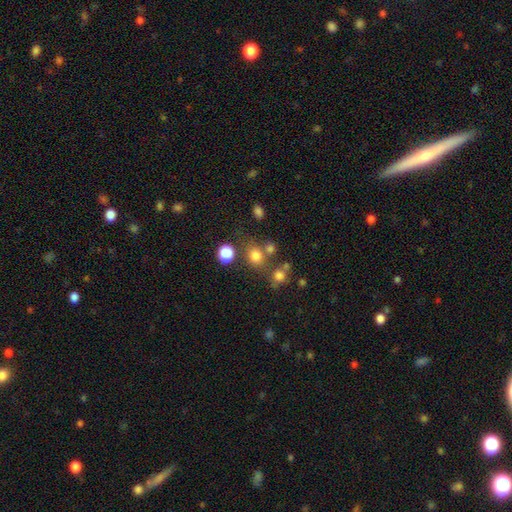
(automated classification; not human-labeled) smooth 75%, star or artifact 17%, featured or disk 8%. Down the decision tree: how rounded — round (75%); merging — none (65%).